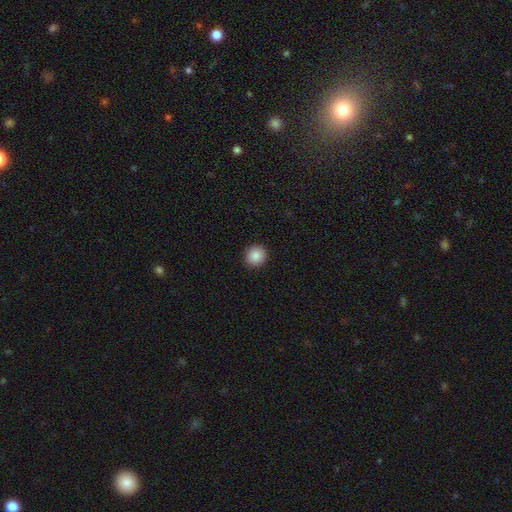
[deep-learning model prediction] This is clearly a smooth galaxy (88%). How rounded: clearly round (87%). Merging: clearly none (92%).